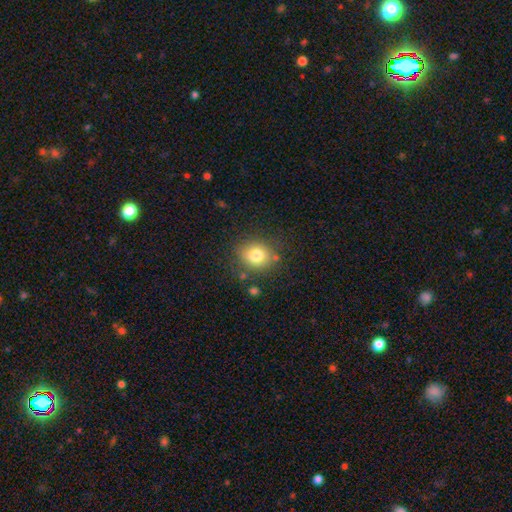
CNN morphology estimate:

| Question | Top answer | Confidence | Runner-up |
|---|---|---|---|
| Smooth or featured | smooth | 80% | star or artifact (11%) |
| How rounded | round | 70% | in between (29%) |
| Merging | none | 80% | minor disturbance (12%) |